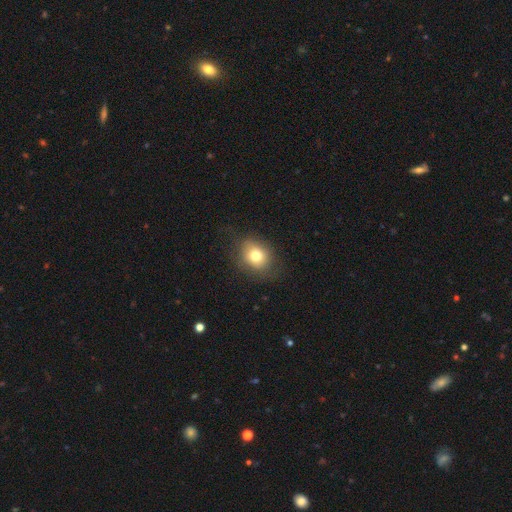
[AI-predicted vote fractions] This appears to be a smooth galaxy with no disk features (75%) that is round (61%). Merging: none (76%).